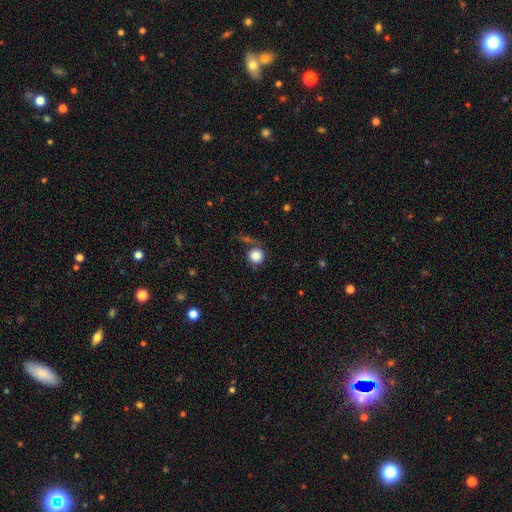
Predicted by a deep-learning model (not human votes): Smooth or featured: smooth — 84% (star or artifact — 9%)
How rounded: round — 93% (in between — 6%)
Merging: none — 67% (minor disturbance — 15%)